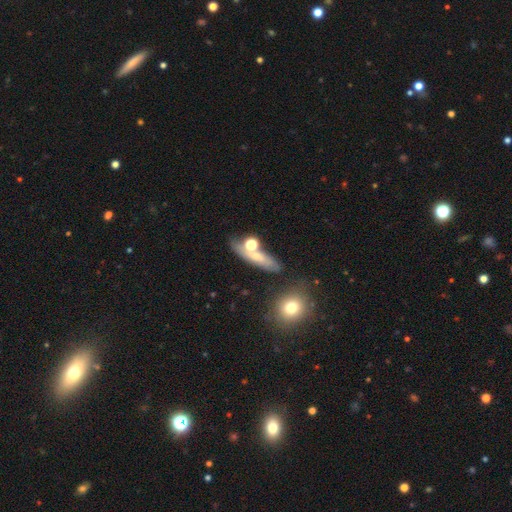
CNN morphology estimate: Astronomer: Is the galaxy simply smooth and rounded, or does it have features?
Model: smooth — 54% (runner-up: featured or disk, 34%).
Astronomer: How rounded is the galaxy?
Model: cigar-shaped — 48% (runner-up: in between, 34%).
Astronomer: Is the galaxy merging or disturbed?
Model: none — 58%.